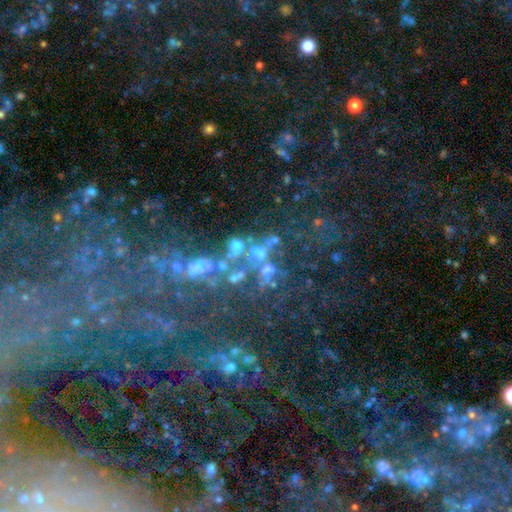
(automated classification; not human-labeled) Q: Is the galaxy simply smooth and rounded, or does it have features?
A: featured or disk — 42%.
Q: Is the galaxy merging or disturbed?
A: none — 41%.